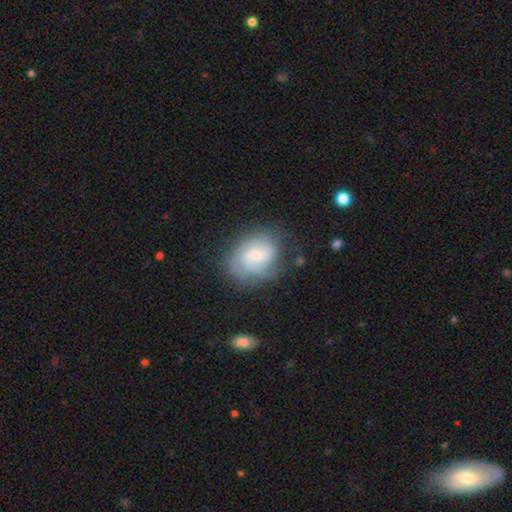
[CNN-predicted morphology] featured or disk 59%, smooth 33%, star or artifact 8%. Down the decision tree: edge-on disk — no (97%); bar — weak (56%); spiral arms — yes (81%); bulge size — small (53%); merging — none (60%).